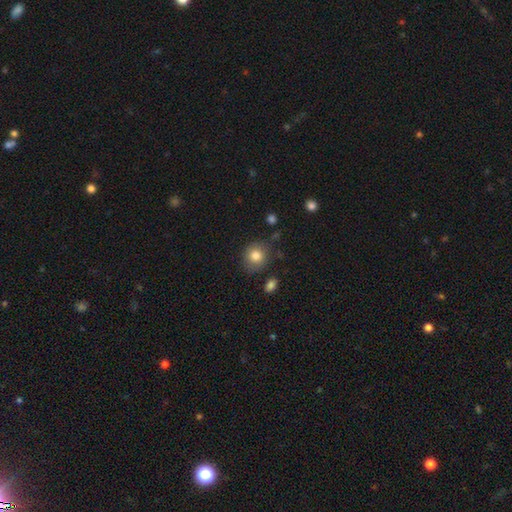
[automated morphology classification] Smooth or featured? smooth (81%)
How rounded? round (79%)
Merging? none (77%)